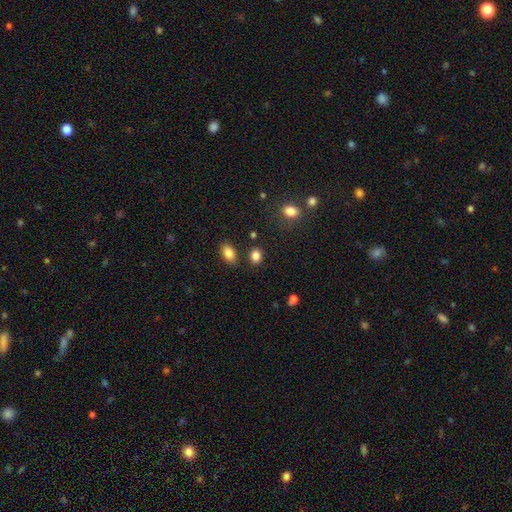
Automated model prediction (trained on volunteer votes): A smooth galaxy with no disk features (86%) that is in between round and cigar-shaped (60%). Merging: none (79%).